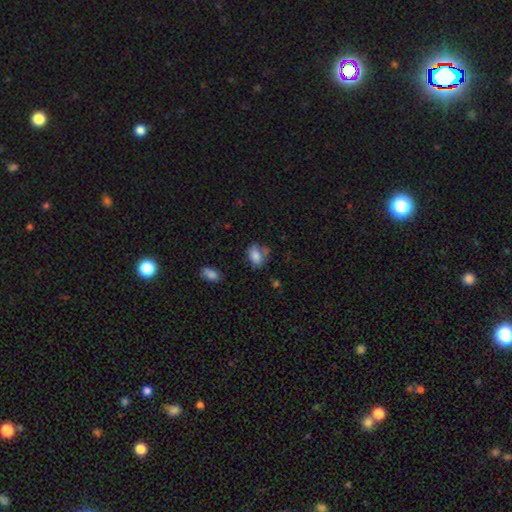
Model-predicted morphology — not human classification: A smooth galaxy with no disk features (81%) that is in between round and cigar-shaped (80%). Merging: none (50%).